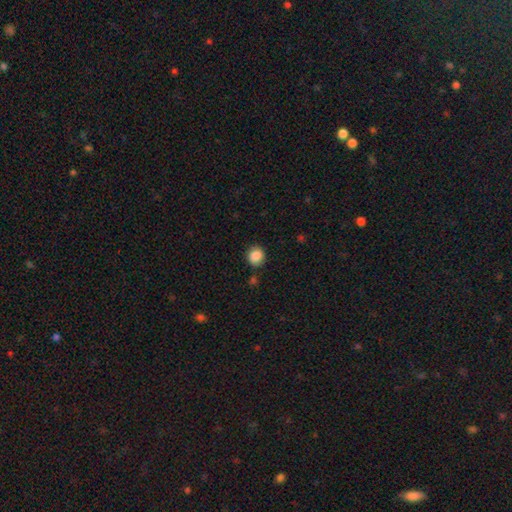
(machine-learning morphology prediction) Smooth or featured: smooth — 86% (star or artifact — 9%)
How rounded: round — 84% (in between — 15%)
Merging: none — 82% (minor disturbance — 12%)